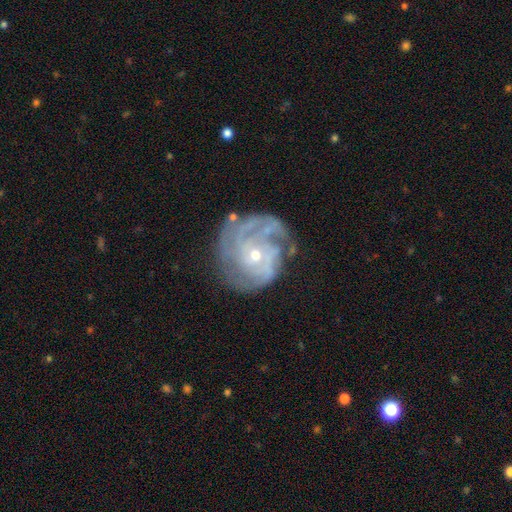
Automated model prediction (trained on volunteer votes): Morphology: type=featured or disk (87%); edge-on=no (98%); bar=no (73%); spiral arms=yes (95%); winding=tight (62%); arm count=3 (31%); bulge=small (64%); merging=none (66%).